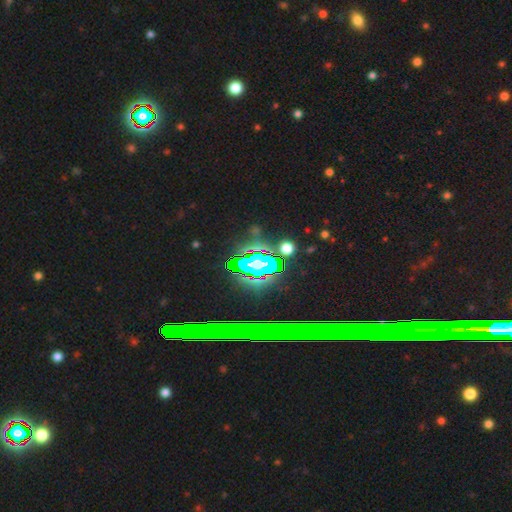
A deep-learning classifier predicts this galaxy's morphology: smooth-or-featured: star or artifact: 79% | featured or disk: 12% | smooth: 10%